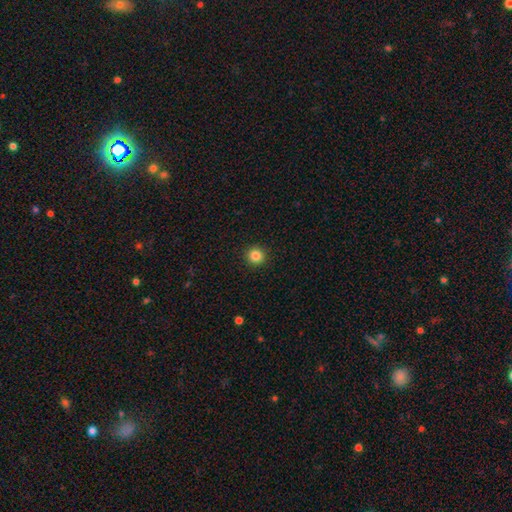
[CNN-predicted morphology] A smooth galaxy with no disk features (85%) that is round (95%).

Vote fractions:
- Smooth or featured? smooth: 85% / star or artifact: 11% / featured or disk: 4%
- How rounded? round: 95% / in between: 4% / cigar-shaped: 1%
- Merging? none: 93% / minor disturbance: 4% / major disturbance: 2% / merger: 1%